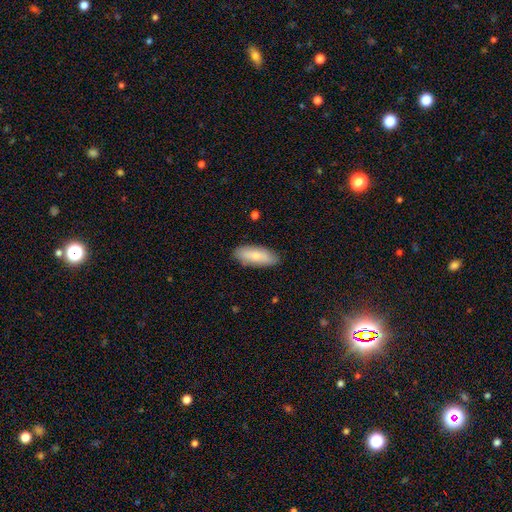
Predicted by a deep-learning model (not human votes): This is likely a smooth galaxy (77%). How rounded: likely in between (74%). Merging: clearly none (86%).